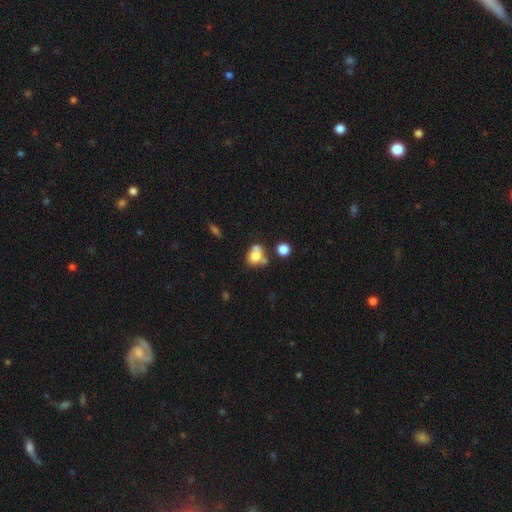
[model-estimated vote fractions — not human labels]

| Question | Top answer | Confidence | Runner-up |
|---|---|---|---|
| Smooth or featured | smooth | 72% | featured or disk (17%) |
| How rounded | round | 52% | in between (47%) |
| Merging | merger | 40% | none (37%) |